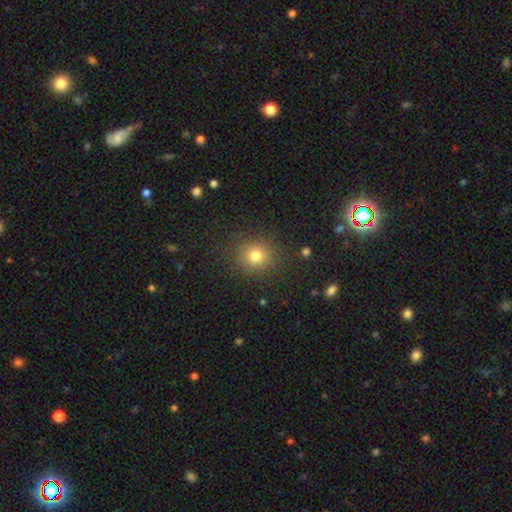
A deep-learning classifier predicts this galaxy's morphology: Q: Smooth or featured?
A: smooth (78%); runner-up: star or artifact (15%)
Q: How rounded?
A: round (89%); runner-up: in between (10%)
Q: Merging?
A: none (88%); runner-up: minor disturbance (8%)